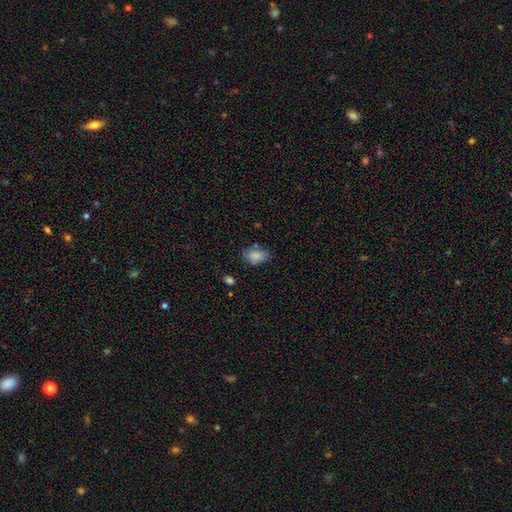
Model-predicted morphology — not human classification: smooth 86%, star or artifact 8%, featured or disk 6%. Down the decision tree: how rounded — in between (85%); merging — none (68%).